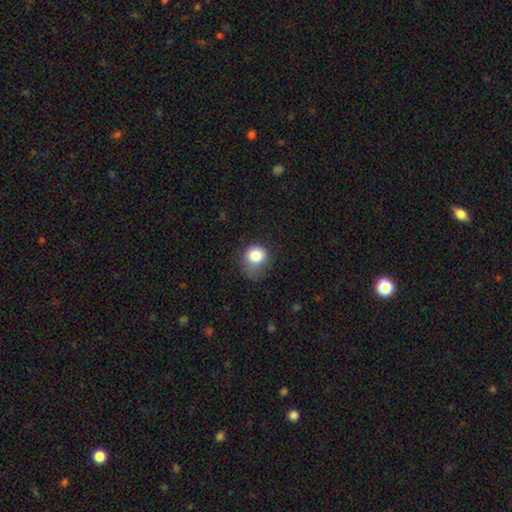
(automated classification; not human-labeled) Smooth or featured? Predicted: smooth (p=0.82). How rounded? Predicted: round (p=0.78). Merging? Predicted: none (p=0.44).